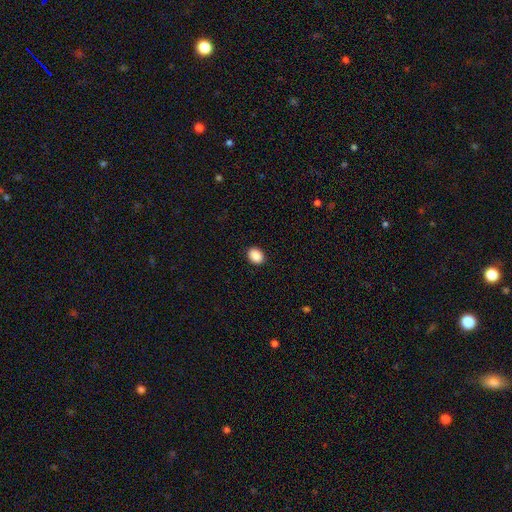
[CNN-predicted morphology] type=smooth (90%); roundness=in between (55%); merging=none (91%).